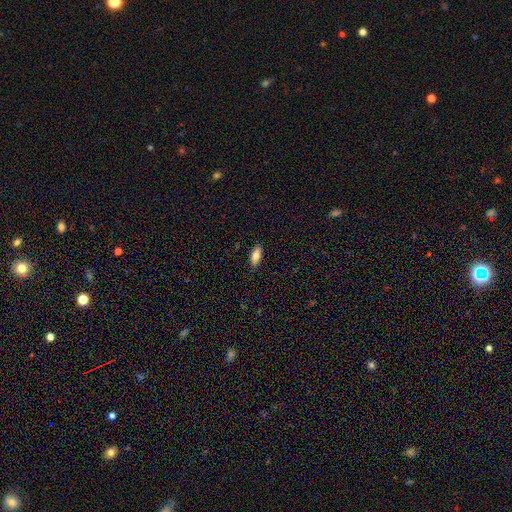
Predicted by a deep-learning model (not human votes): The model was most divided on "how rounded": in between: 78%, cigar-shaped: 19%, round: 3%. More confident: merging — none (87%); smooth or featured — smooth (78%).